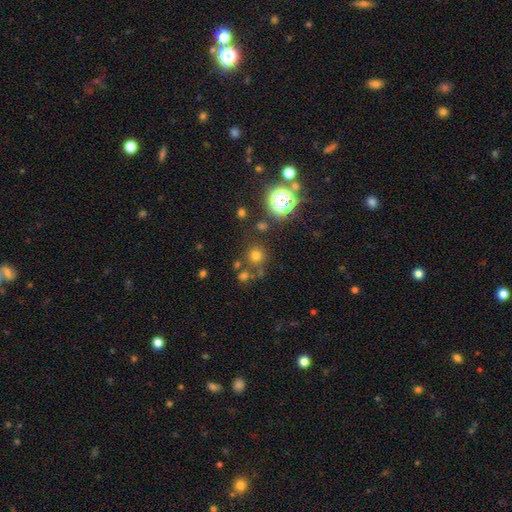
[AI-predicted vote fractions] A smooth galaxy with no disk features (65%) that is round (92%).

Vote fractions:
- Smooth or featured? smooth: 65% / star or artifact: 27% / featured or disk: 8%
- How rounded? round: 92% / in between: 7% / cigar-shaped: 1%
- Merging? none: 76% / merger: 10% / minor disturbance: 10% / major disturbance: 5%